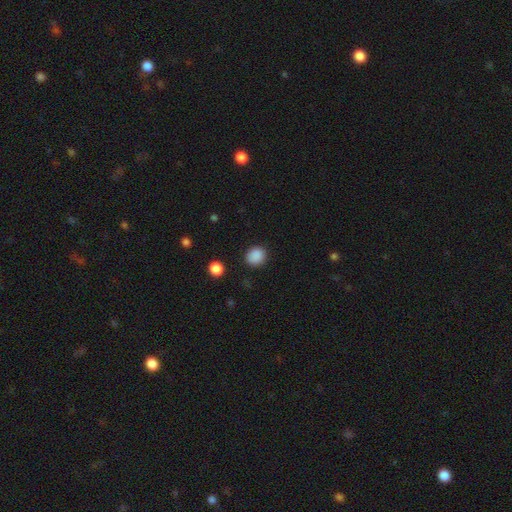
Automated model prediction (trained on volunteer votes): smooth 87%, star or artifact 10%, featured or disk 3%. Down the decision tree: how rounded — round (80%); merging — none (88%).